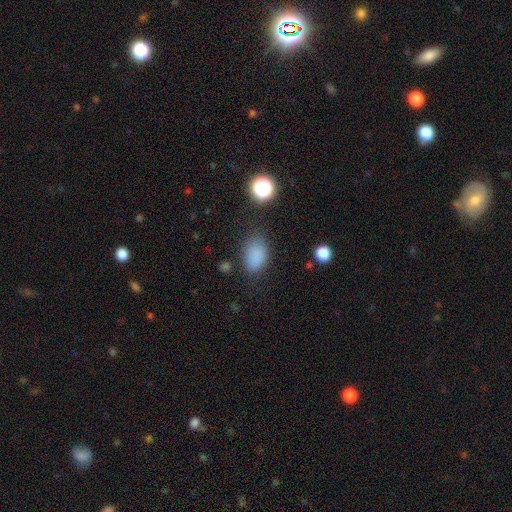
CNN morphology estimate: smooth_or_featured: smooth (p=0.83) [alt: star or artifact p=0.12]
how_rounded: in between (p=0.86) [alt: round p=0.13]
merging: none (p=0.73) [alt: minor disturbance p=0.19]